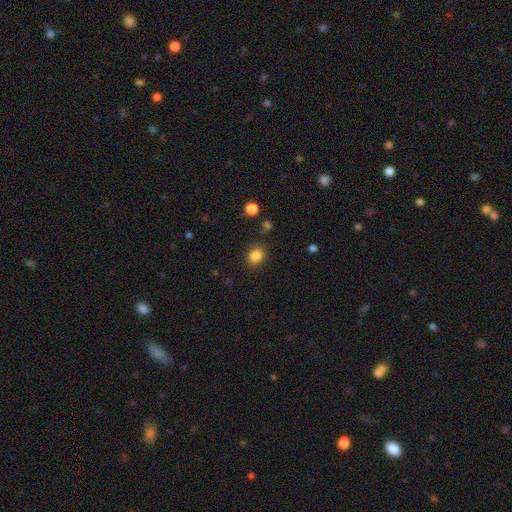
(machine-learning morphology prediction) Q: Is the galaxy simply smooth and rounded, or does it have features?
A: smooth — 84%.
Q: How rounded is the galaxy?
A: round — 74%.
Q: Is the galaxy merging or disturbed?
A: none — 85%.